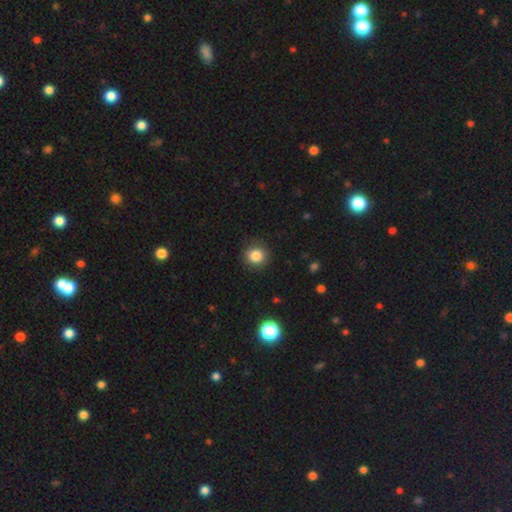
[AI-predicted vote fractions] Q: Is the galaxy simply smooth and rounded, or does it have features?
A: smooth — 85%.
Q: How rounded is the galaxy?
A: round — 87%.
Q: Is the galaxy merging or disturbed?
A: none — 88%.